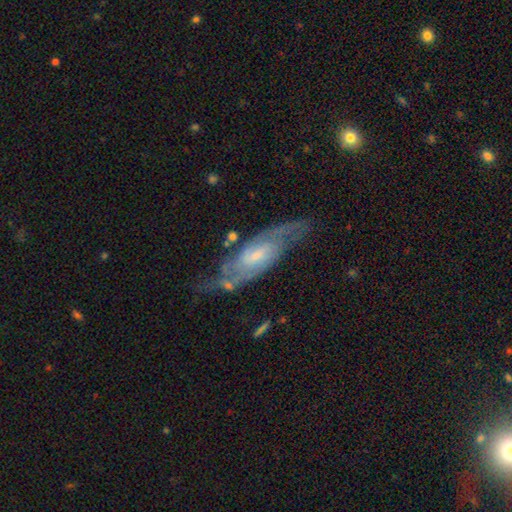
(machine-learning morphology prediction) Q: Smooth or featured?
A: featured or disk (83%); runner-up: smooth (11%)
Q: Edge-on disk?
A: no (87%); runner-up: yes (13%)
Q: Bar?
A: weak (50%); runner-up: no (37%)
Q: Spiral arms?
A: yes (94%); runner-up: no (6%)
Q: Spiral winding?
A: medium (49%); runner-up: tight (30%)
Q: Spiral arm count?
A: 2 (78%); runner-up: can't tell (13%)
Q: Bulge size?
A: small (55%); runner-up: moderate (31%)
Q: Merging?
A: none (66%); runner-up: minor disturbance (20%)